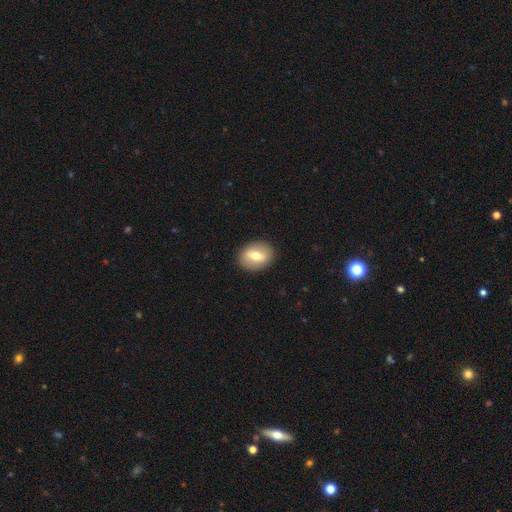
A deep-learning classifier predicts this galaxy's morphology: The model was most divided on "smooth or featured": smooth: 55%, featured or disk: 38%, star or artifact: 7%. More confident: merging — none (89%); how rounded — in between (60%).